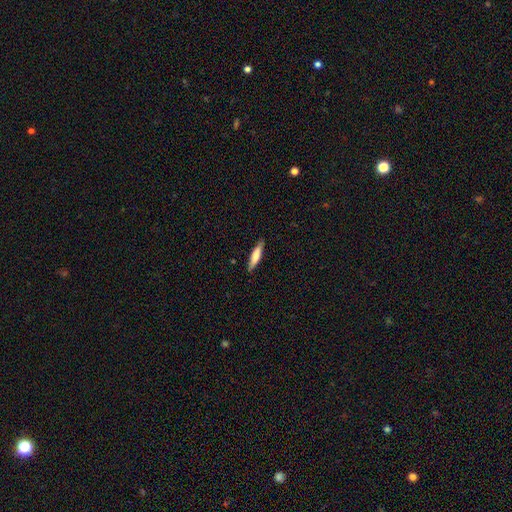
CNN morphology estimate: Q: Smooth or featured?
A: smooth (73%); runner-up: featured or disk (21%)
Q: How rounded?
A: cigar-shaped (79%); runner-up: in between (20%)
Q: Merging?
A: none (86%); runner-up: minor disturbance (11%)